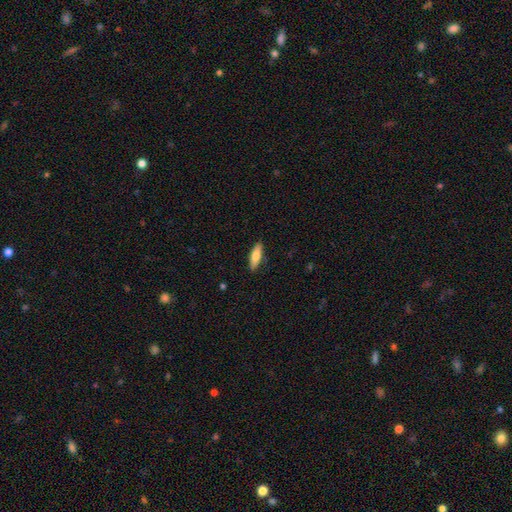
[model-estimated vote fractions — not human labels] smooth 72%, featured or disk 22%, star or artifact 6%. Down the decision tree: how rounded — in between (49%, tied with cigar-shaped); merging — none (88%).